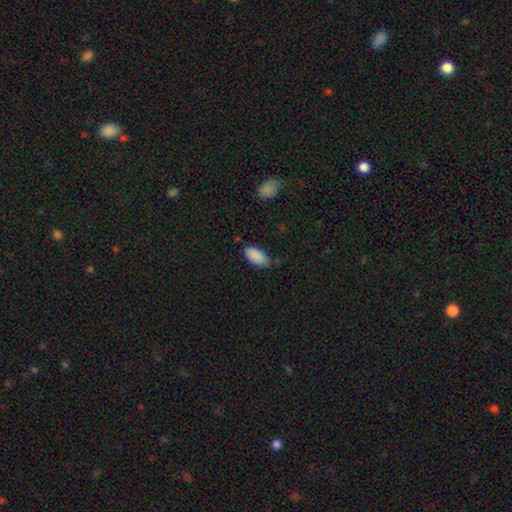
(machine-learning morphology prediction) A smooth galaxy with no disk features (89%) that is in between round and cigar-shaped (93%).

Vote fractions:
- Smooth or featured? smooth: 89% / star or artifact: 7% / featured or disk: 4%
- How rounded? in between: 93% / cigar-shaped: 5% / round: 2%
- Merging? none: 70% / minor disturbance: 24% / major disturbance: 4% / merger: 2%